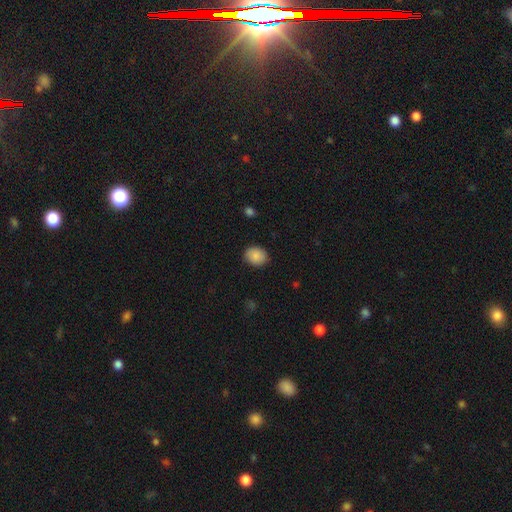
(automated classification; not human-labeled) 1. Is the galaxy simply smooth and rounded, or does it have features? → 88% smooth, 8% star or artifact, 4% featured or disk.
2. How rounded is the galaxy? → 54% round, 45% in between, 1% cigar-shaped.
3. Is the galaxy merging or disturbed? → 87% none, 10% minor disturbance, 2% major disturbance, 1% merger.